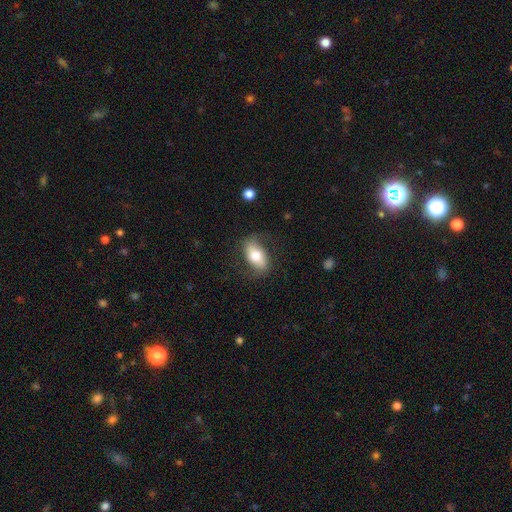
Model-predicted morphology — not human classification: type=smooth (59%); roundness=in between (89%); merging=none (73%).